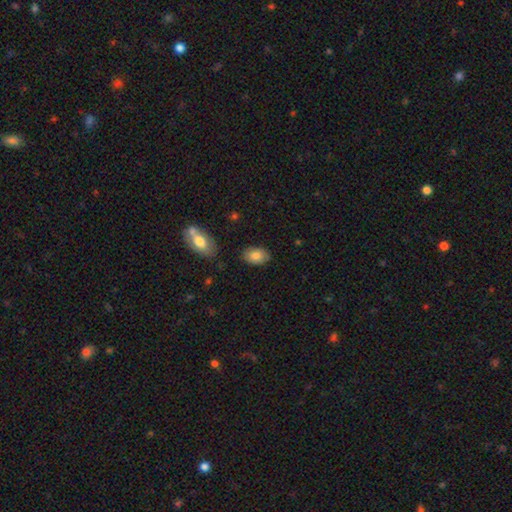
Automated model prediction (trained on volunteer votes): This appears to be a smooth galaxy with no disk features (82%) that is in between round and cigar-shaped (88%). Merging: none (83%).